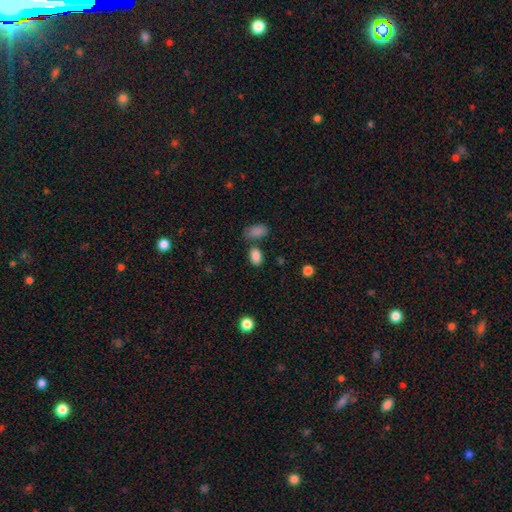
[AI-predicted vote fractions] Overall: smooth (86%). How rounded: in between (85%). Merging: none (72%).